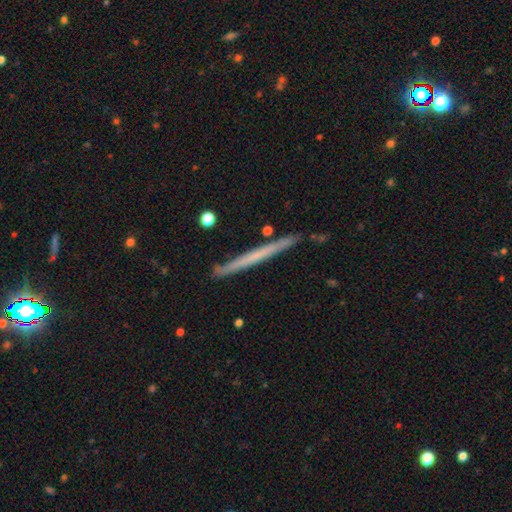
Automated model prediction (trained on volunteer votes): This is possibly a featured or disk galaxy (53%). It is clearly viewed edge-on (97%). Edge-on bulge: clearly none (90%). Merging: clearly none (86%).